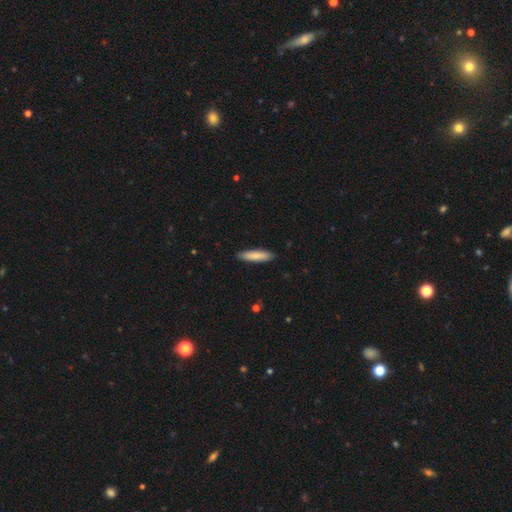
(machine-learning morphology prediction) A smooth galaxy with no disk features (84%) that is cigar-shaped (78%). Merging: none (89%).